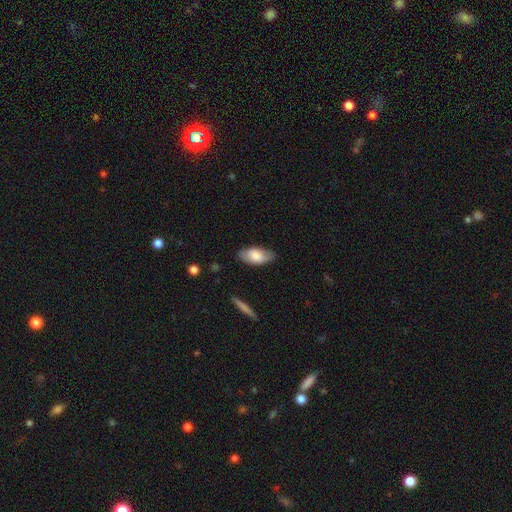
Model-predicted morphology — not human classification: smooth_or_featured: smooth (p=0.76) [alt: featured or disk p=0.18]
how_rounded: in between (p=0.93) [alt: cigar-shaped p=0.05]
merging: none (p=0.79) [alt: minor disturbance p=0.16]